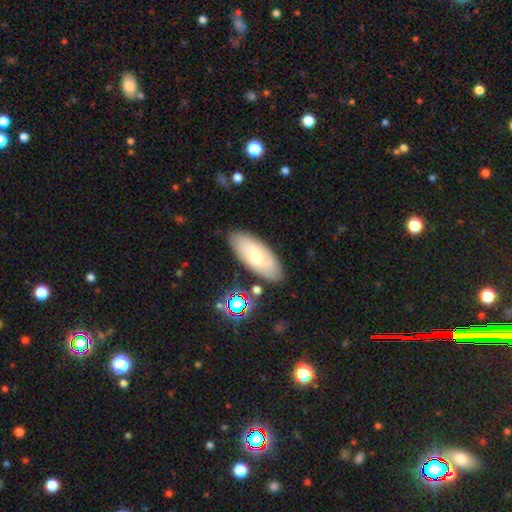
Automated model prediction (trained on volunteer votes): smooth-or-featured: smooth: 52% | featured or disk: 40% | star or artifact: 8%
  how-rounded: in between: 82% | cigar-shaped: 15% | round: 2%
  merging: none: 82% | minor disturbance: 12% | merger: 3% | major disturbance: 3%